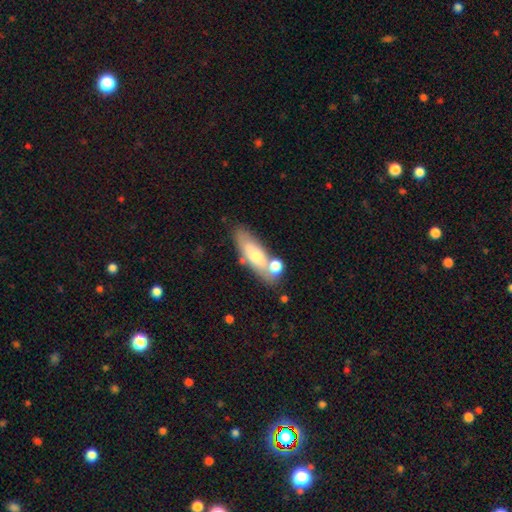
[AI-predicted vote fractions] Smooth or featured? Predicted: smooth (p=0.67). How rounded? Predicted: in between (p=0.57). Merging? Predicted: none (p=0.59).